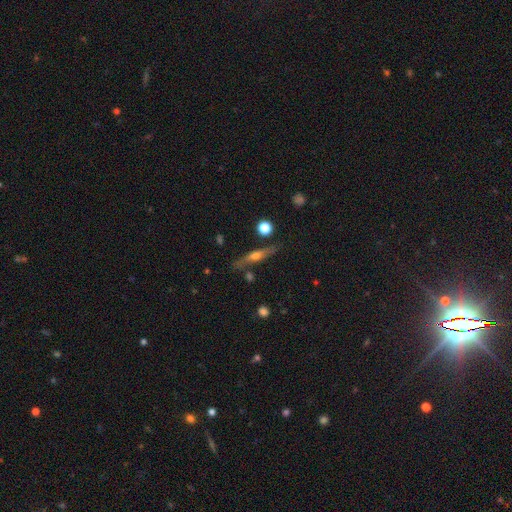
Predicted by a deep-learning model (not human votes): smooth-or-featured: featured or disk: 61% | smooth: 31% | star or artifact: 7%
  disk-edge-on: yes: 93% | no: 7%
    edge-on-bulge: rounded: 88% | none: 6% | boxy: 6%
  merging: none: 80% | minor disturbance: 12% | merger: 4% | major disturbance: 3%